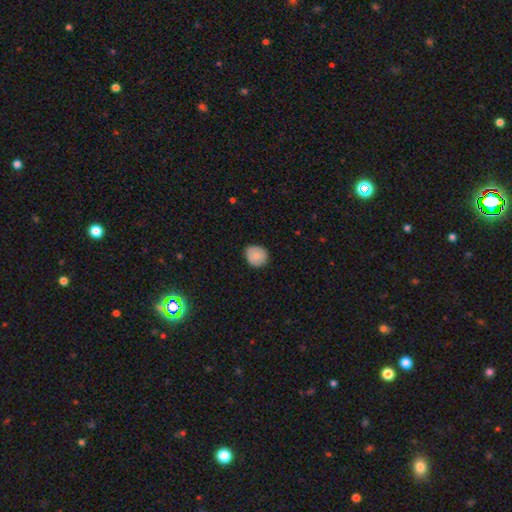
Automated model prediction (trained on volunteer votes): Morphology: type=smooth (80%); roundness=round (81%); merging=none (84%).